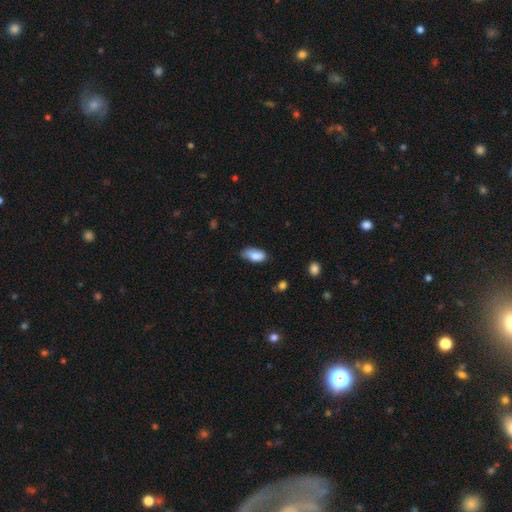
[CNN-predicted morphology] Smooth or featured? smooth (84%)
How rounded? in between (91%)
Merging? none (63%)